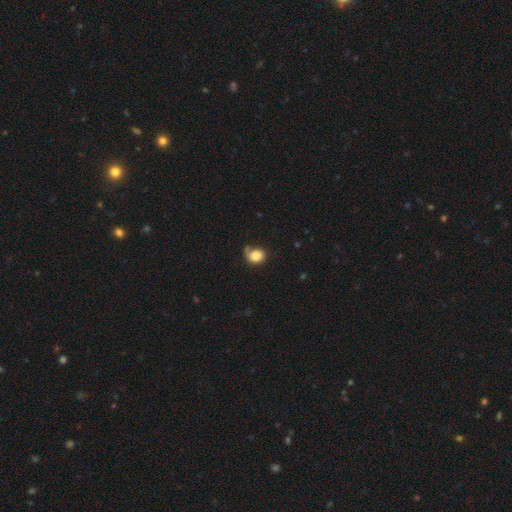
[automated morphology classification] Smooth or featured?
  - smooth: 83% *
  - featured or disk: 9%
  - star or artifact: 8%
How rounded?
  - round: 61% *
  - in between: 38%
  - cigar-shaped: 1%
Merging?
  - none: 51% *
  - minor disturbance: 27%
  - major disturbance: 15%
  - merger: 7%